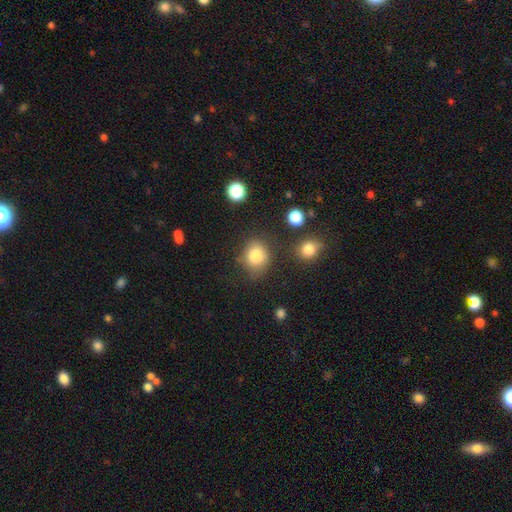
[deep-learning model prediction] smooth-or-featured: smooth: 82% | star or artifact: 11% | featured or disk: 7%
  how-rounded: round: 70% | in between: 29% | cigar-shaped: 1%
  merging: none: 72% | minor disturbance: 17% | merger: 6% | major disturbance: 5%